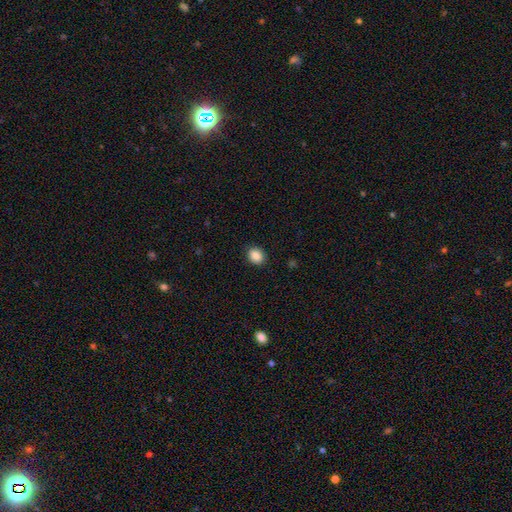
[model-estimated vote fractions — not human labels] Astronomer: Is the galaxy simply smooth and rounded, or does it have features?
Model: smooth — 88%.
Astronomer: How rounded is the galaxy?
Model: round — 62% (runner-up: in between, 37%).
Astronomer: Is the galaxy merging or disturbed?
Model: none — 90%.